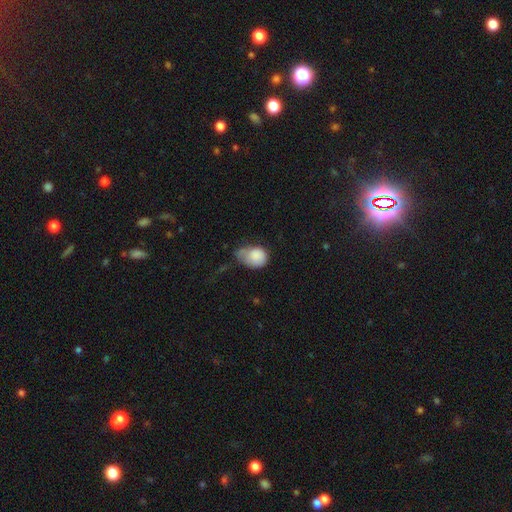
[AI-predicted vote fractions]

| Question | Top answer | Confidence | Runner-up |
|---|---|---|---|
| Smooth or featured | smooth | 83% | featured or disk (9%) |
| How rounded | in between | 58% | round (41%) |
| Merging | minor disturbance | 40% | major disturbance (29%) |